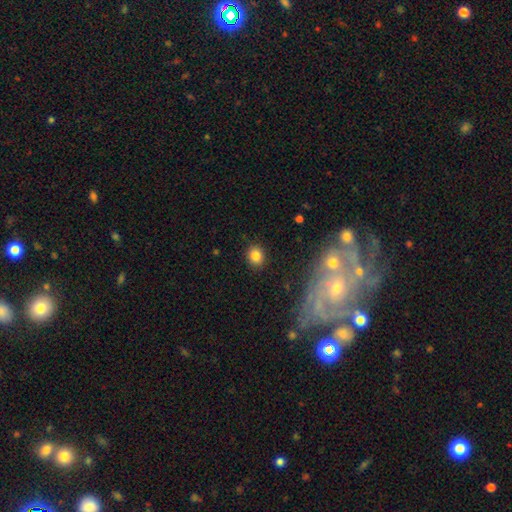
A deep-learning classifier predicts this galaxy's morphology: smooth_or_featured: smooth (p=0.83) [alt: star or artifact p=0.11]
how_rounded: round (p=0.69) [alt: in between p=0.30]
merging: none (p=0.88) [alt: minor disturbance p=0.08]